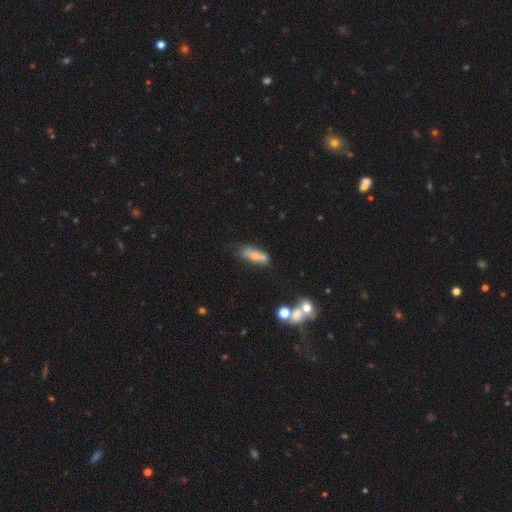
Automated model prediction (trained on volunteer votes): Q: Smooth or featured?
A: smooth (65%); runner-up: featured or disk (26%)
Q: How rounded?
A: cigar-shaped (49%); runner-up: in between (48%)
Q: Merging?
A: none (54%); runner-up: minor disturbance (25%)